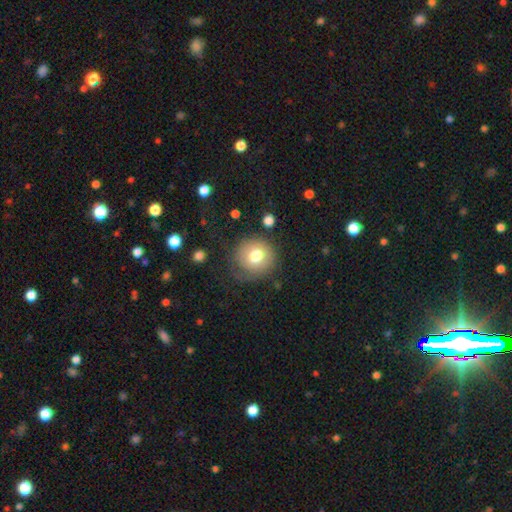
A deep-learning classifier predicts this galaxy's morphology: Smooth or featured? smooth (72%)
How rounded? round (90%)
Merging? none (68%)